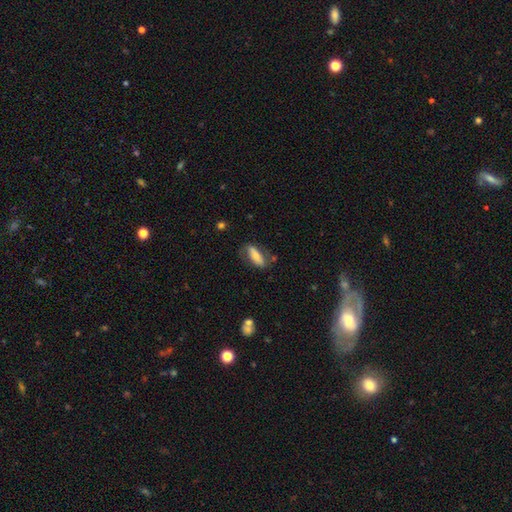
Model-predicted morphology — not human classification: type=smooth (56%); roundness=in between (67%); merging=none (65%).